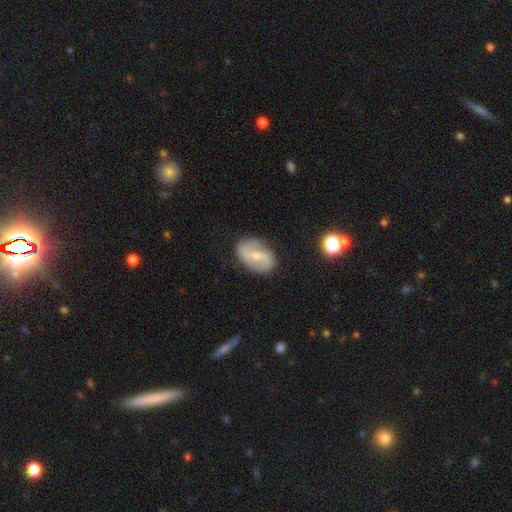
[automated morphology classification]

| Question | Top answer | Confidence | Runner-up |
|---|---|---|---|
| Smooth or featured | featured or disk | 66% | smooth (27%) |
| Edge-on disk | no | 96% | yes (4%) |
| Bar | weak | 46% | no (31%) |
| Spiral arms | yes | 82% | no (18%) |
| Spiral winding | loose | 43% | medium (38%) |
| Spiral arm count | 2 | 84% | can't tell (9%) |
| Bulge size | small | 57% | moderate (37%) |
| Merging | none | 76% | minor disturbance (17%) |